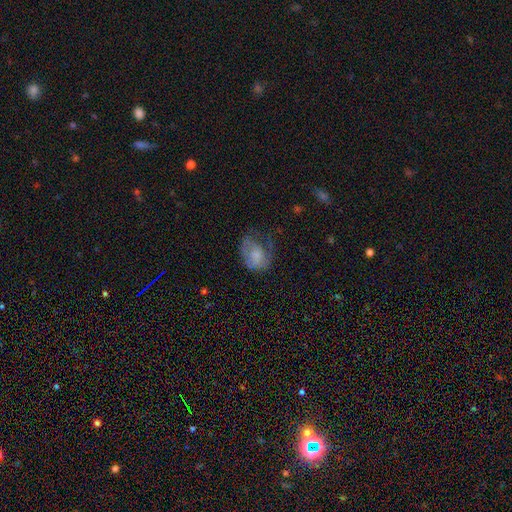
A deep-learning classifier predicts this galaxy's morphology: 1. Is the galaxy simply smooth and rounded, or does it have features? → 53% smooth, 39% featured or disk, 8% star or artifact.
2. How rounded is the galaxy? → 60% in between, 39% round, 1% cigar-shaped.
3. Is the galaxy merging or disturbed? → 39% major disturbance, 31% none, 28% minor disturbance, 2% merger.